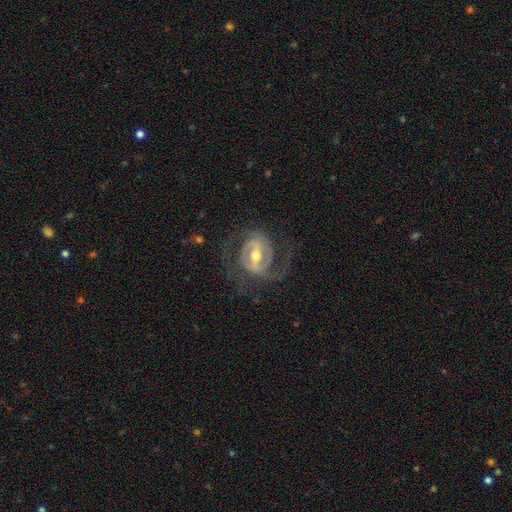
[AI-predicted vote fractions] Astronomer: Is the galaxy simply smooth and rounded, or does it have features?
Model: featured or disk — 88%.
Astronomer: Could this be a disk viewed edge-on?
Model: no — 97%.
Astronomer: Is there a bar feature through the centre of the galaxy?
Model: strong — 50% (runner-up: weak, 39%).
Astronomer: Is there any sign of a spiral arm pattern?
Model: yes — 94%.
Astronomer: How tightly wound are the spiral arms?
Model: medium — 52% (runner-up: tight, 28%).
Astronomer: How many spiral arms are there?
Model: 2 — 83%.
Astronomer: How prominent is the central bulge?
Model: moderate — 68%.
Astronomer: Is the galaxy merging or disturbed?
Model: none — 71%.